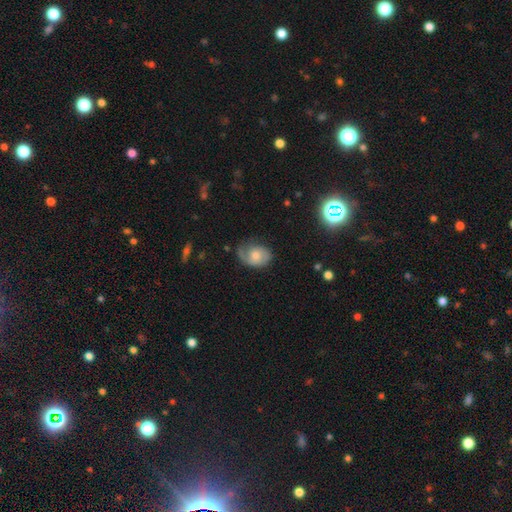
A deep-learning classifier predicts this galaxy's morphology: Smooth or featured?
  - featured or disk: 54% *
  - smooth: 38%
  - star or artifact: 8%
Edge-on disk?
  - no: 96% *
  - yes: 4%
Bar?
  - no: 71% *
  - weak: 25%
  - strong: 4%
Spiral arms?
  - yes: 83% *
  - no: 17%
Bulge size?
  - moderate: 55% *
  - small: 35%
  - large: 5%
  - none: 3%
  - dominant: 1%
Merging?
  - none: 56% *
  - minor disturbance: 28%
  - major disturbance: 15%
  - merger: 2%